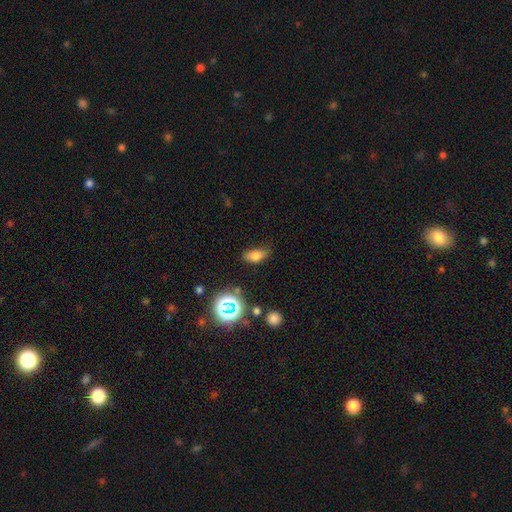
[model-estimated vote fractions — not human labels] Smooth or featured? smooth (73%)
How rounded? in between (84%)
Merging? none (73%)